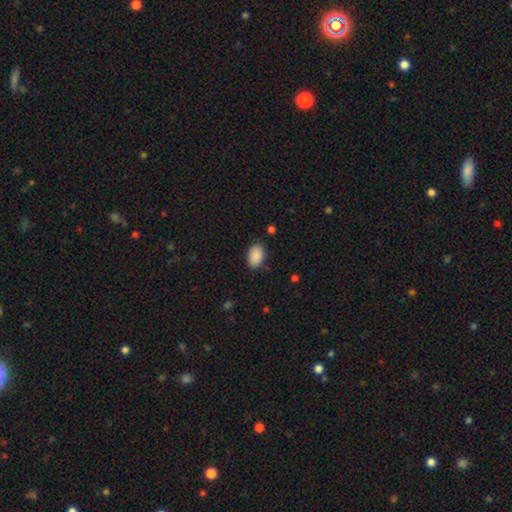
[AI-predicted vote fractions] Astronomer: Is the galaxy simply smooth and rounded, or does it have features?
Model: smooth — 90%.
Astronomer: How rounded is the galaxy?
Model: in between — 92%.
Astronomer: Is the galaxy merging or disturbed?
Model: none — 85%.